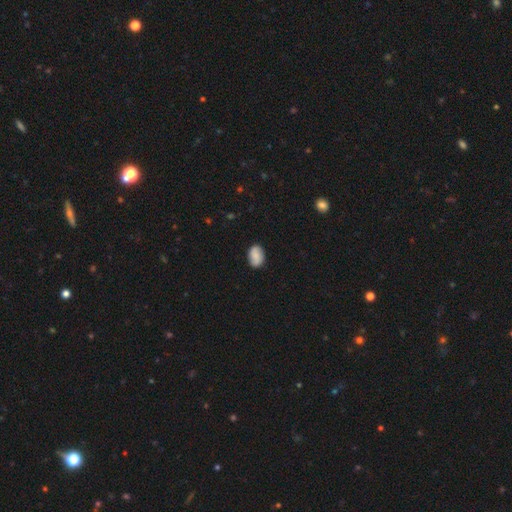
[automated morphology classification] Smooth or featured? Predicted: smooth (p=0.79). How rounded? Predicted: in between (p=0.84). Merging? Predicted: none (p=0.84).